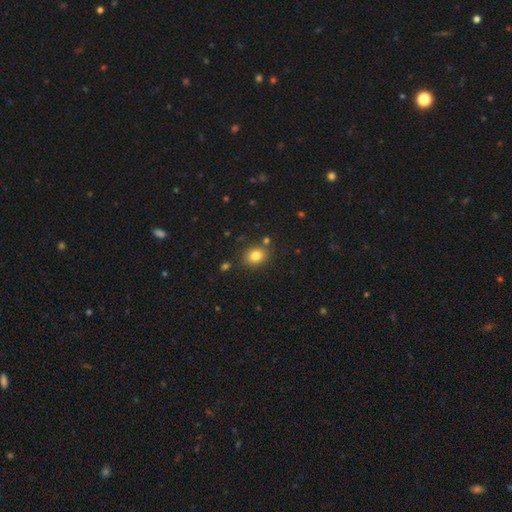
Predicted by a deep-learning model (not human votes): Morphology: type=smooth (81%); roundness=round (55%); merging=none (82%).